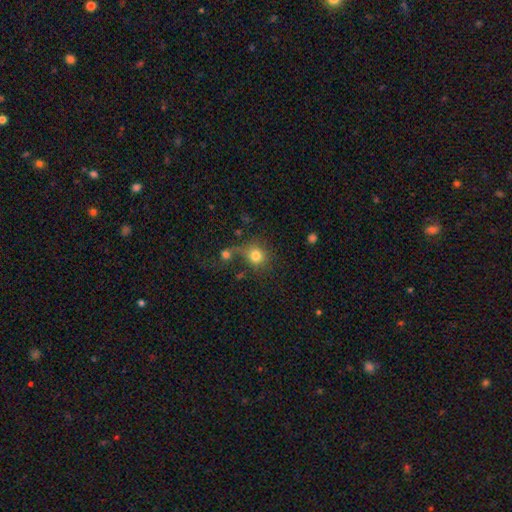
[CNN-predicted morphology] This appears to be a smooth galaxy with no disk features (78%) that is round (84%). Merging: none (44%).